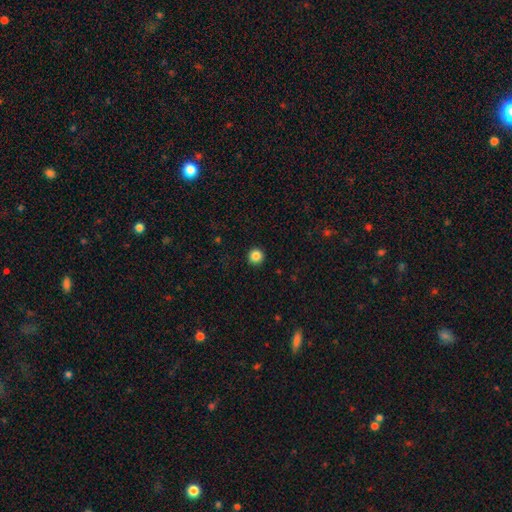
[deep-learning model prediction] Q: Smooth or featured?
A: smooth (86%); runner-up: star or artifact (11%)
Q: How rounded?
A: round (96%); runner-up: in between (3%)
Q: Merging?
A: none (93%); runner-up: minor disturbance (4%)